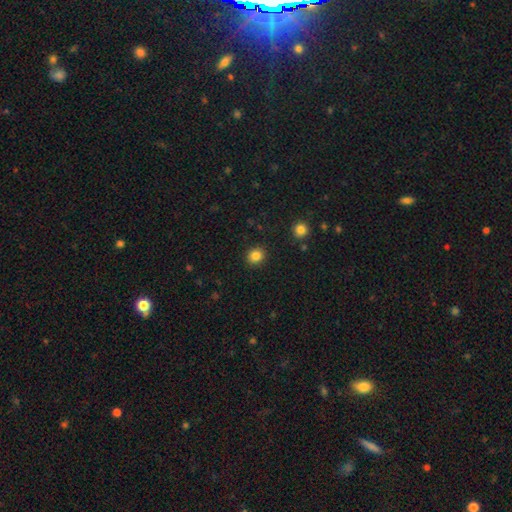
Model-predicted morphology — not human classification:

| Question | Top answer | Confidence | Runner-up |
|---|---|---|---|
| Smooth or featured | smooth | 85% | star or artifact (11%) |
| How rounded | round | 81% | in between (18%) |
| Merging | none | 91% | minor disturbance (6%) |